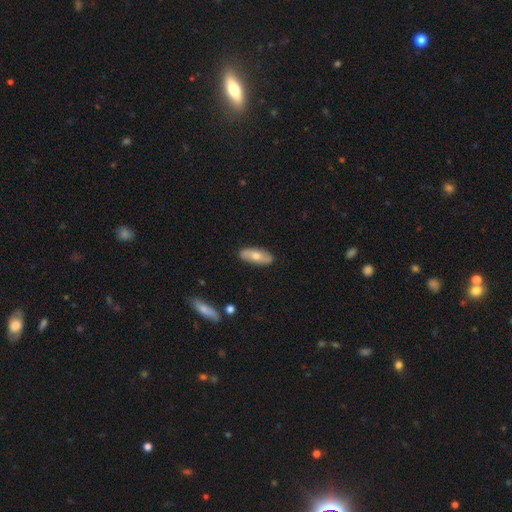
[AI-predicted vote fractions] This appears to be a smooth galaxy with no disk features (58%) that is in between round and cigar-shaped (74%). Merging: none (86%).